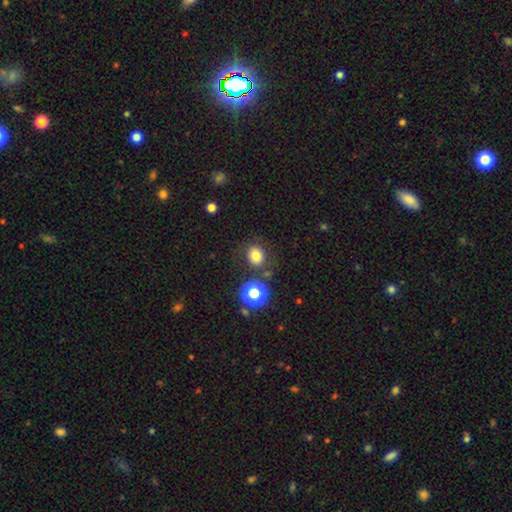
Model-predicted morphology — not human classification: type=smooth (76%); roundness=round (72%); merging=none (78%).